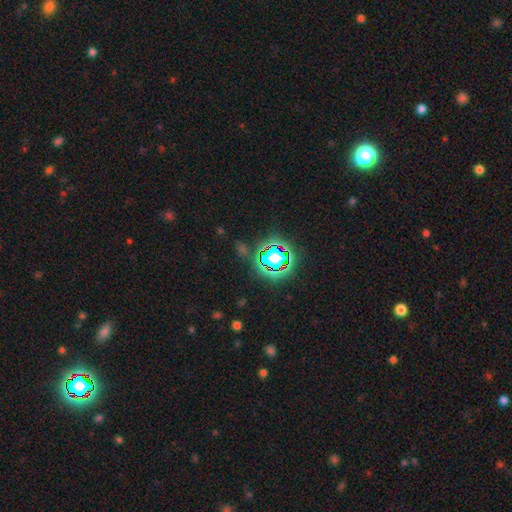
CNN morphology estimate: Smooth or featured?
  - star or artifact: 80% *
  - smooth: 12%
  - featured or disk: 8%